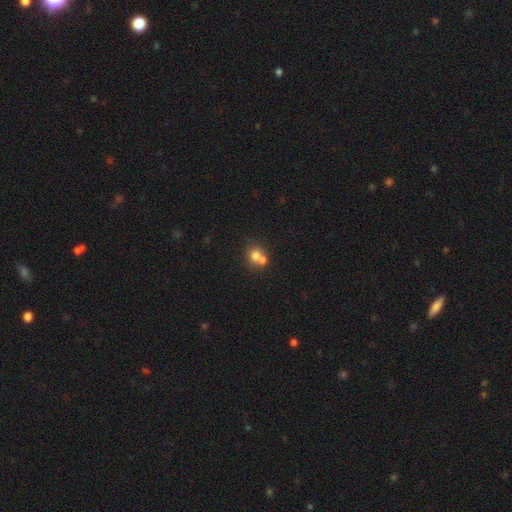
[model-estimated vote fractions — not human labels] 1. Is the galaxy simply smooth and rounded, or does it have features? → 72% smooth, 17% featured or disk, 12% star or artifact.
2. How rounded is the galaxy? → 78% round, 22% in between, 1% cigar-shaped.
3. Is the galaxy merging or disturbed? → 57% merger, 34% none, 7% minor disturbance, 3% major disturbance.